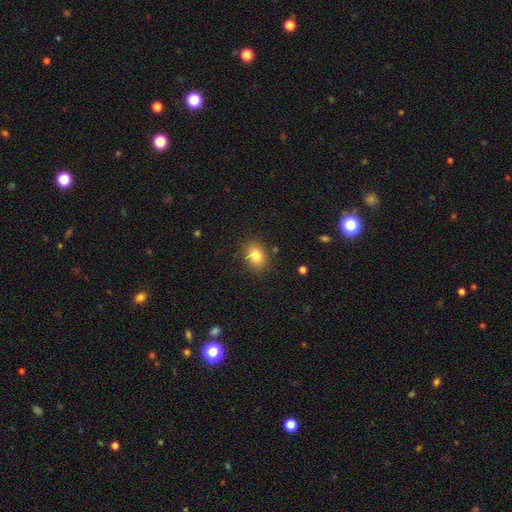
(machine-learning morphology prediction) Smooth or featured? Predicted: smooth (p=0.82). How rounded? Predicted: in between (p=0.62). Merging? Predicted: none (p=0.84).